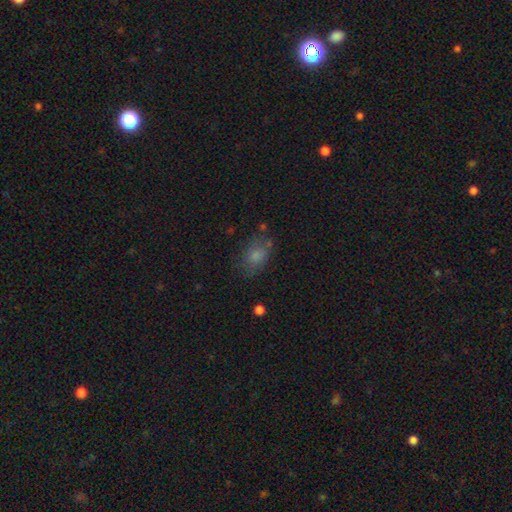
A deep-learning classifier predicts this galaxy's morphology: smooth 76%, featured or disk 13%, star or artifact 11%. Down the decision tree: how rounded — in between (77%); merging — none (59%).